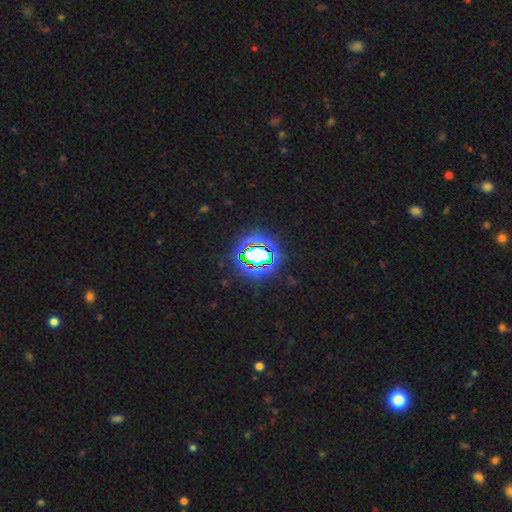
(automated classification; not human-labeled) Q: Smooth or featured?
A: star or artifact (68%); runner-up: smooth (20%)